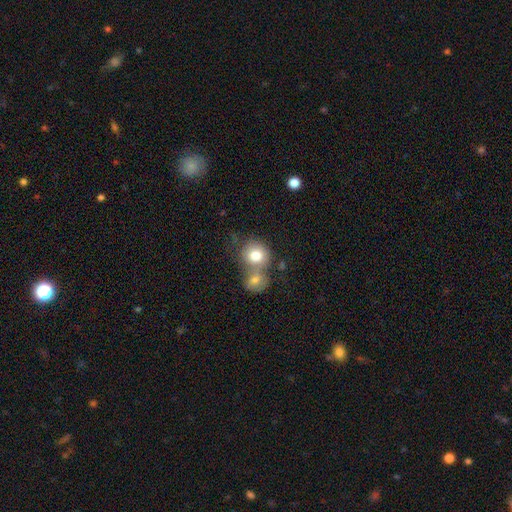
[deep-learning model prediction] Morphology: type=smooth (78%); roundness=round (80%); merging=merger (51%).